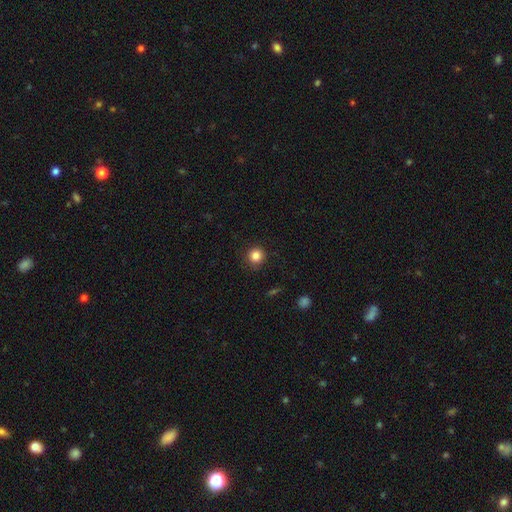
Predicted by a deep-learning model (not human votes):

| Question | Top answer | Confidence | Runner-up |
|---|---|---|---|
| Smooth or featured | smooth | 84% | star or artifact (11%) |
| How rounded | round | 94% | in between (5%) |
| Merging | none | 90% | minor disturbance (7%) |